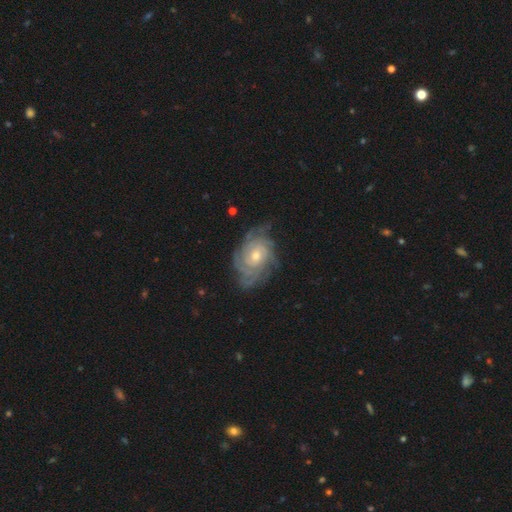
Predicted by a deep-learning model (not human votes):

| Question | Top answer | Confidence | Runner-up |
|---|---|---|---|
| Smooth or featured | featured or disk | 87% | smooth (7%) |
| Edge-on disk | no | 97% | yes (3%) |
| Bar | no | 70% | weak (25%) |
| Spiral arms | yes | 97% | no (3%) |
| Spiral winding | tight | 74% | medium (22%) |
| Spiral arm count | can't tell | 29% | 4 (24%) |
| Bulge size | moderate | 55% | small (40%) |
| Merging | none | 75% | minor disturbance (17%) |